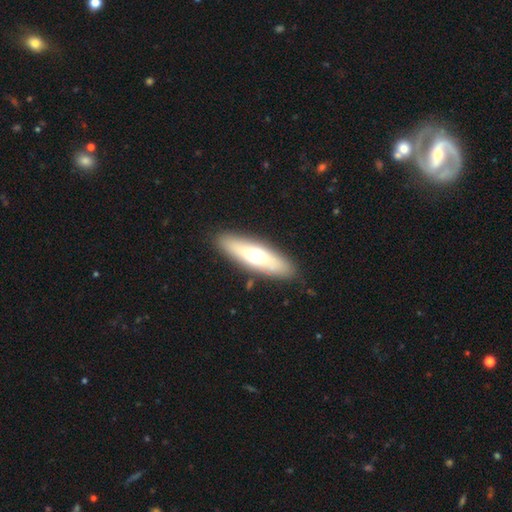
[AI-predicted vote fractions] Morphology: type=smooth (59%); roundness=cigar-shaped (55%); merging=none (88%).